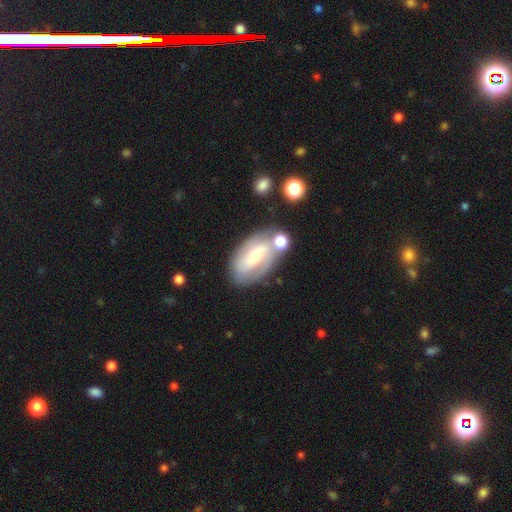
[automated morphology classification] This is likely a featured or disk galaxy (63%). It is clearly not viewed edge-on (92%). Bar: marginally weak (39%). Spiral arm pattern: likely yes (75%). Central bulge: possibly small (46%, tied with moderate). Merging: possibly none (59%).